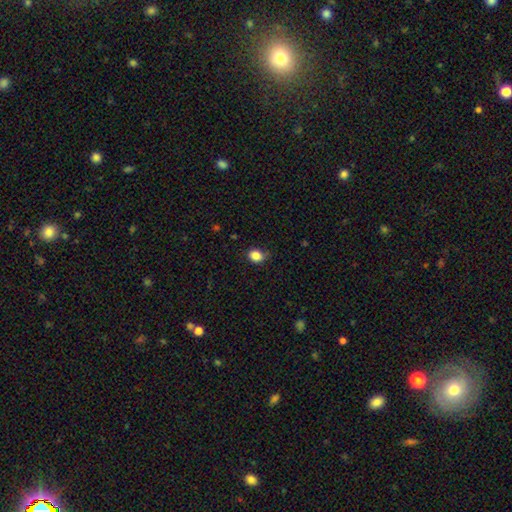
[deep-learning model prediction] Q: Smooth or featured?
A: smooth (85%); runner-up: star or artifact (10%)
Q: How rounded?
A: round (59%); runner-up: in between (40%)
Q: Merging?
A: none (74%); runner-up: minor disturbance (20%)